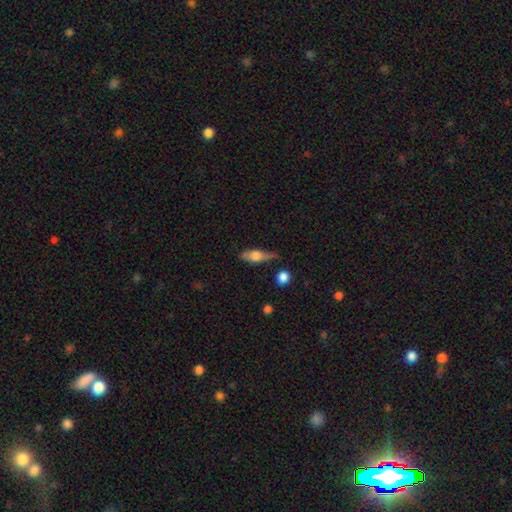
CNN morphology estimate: This is possibly a smooth galaxy (49%). Merging: likely none (65%).